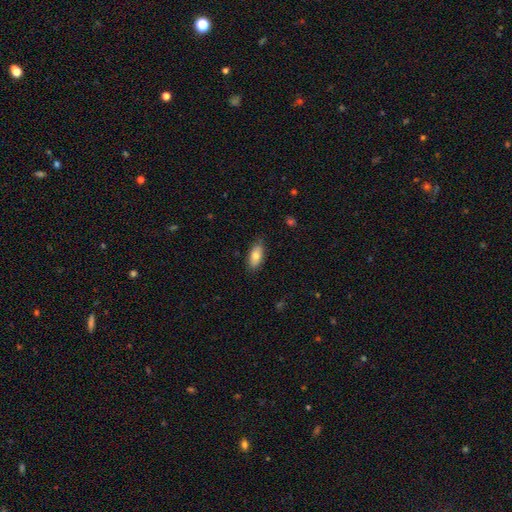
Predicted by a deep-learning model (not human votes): smooth-or-featured: smooth: 80% | featured or disk: 13% | star or artifact: 7%
  how-rounded: in between: 86% | cigar-shaped: 11% | round: 2%
  merging: none: 82% | minor disturbance: 15% | major disturbance: 3% | merger: 1%